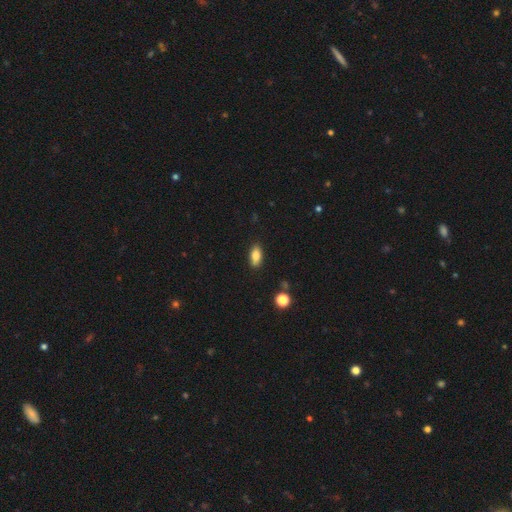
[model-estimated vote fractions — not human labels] This appears to be a smooth galaxy with no disk features (83%) that is in between round and cigar-shaped (88%). Merging: none (87%).